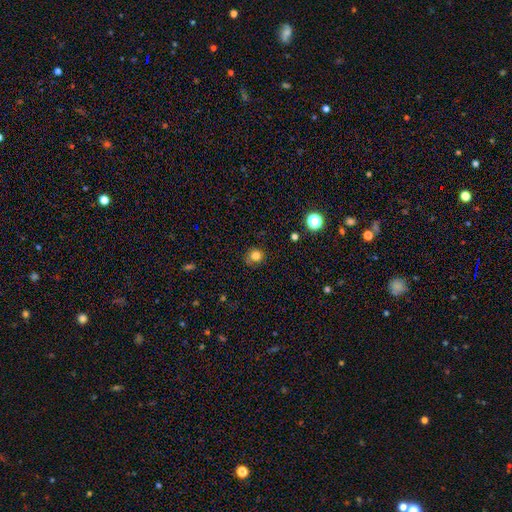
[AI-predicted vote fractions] Smooth or featured? Predicted: smooth (p=0.81). How rounded? Predicted: round (p=0.82). Merging? Predicted: none (p=0.77).